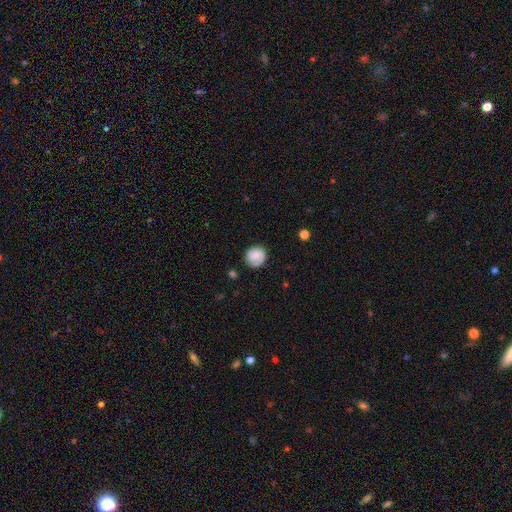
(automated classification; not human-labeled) Smooth or featured: smooth — 69% (featured or disk — 23%)
How rounded: round — 87% (in between — 12%)
Merging: none — 79% (minor disturbance — 16%)